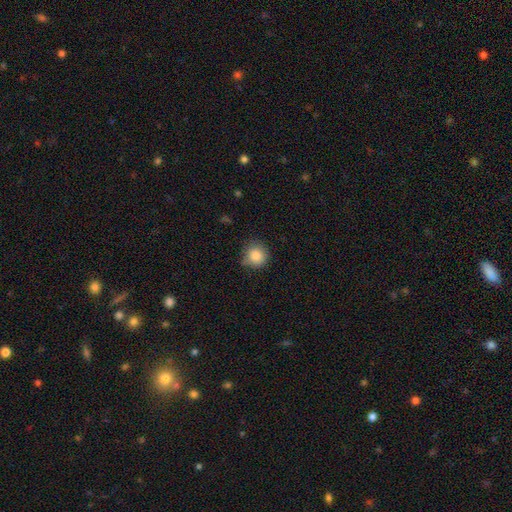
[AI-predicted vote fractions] This appears to be a smooth galaxy with no disk features (86%) that is round (91%). Merging: none (75%).